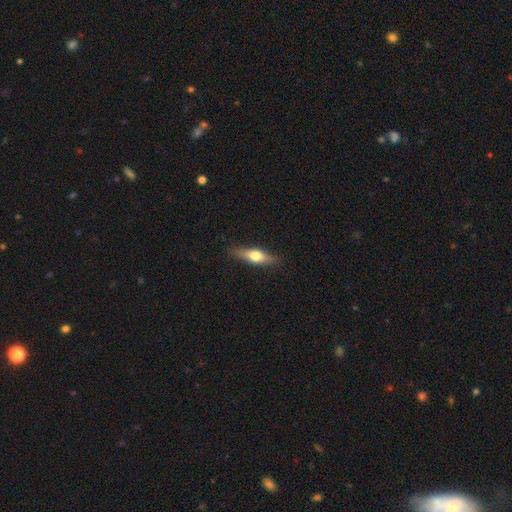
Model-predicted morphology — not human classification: A featured or disk galaxy (47%).

Vote fractions:
- Smooth or featured? featured or disk: 47% / smooth: 46% / star or artifact: 6%
- Merging? none: 86% / minor disturbance: 10% / major disturbance: 2% / merger: 1%